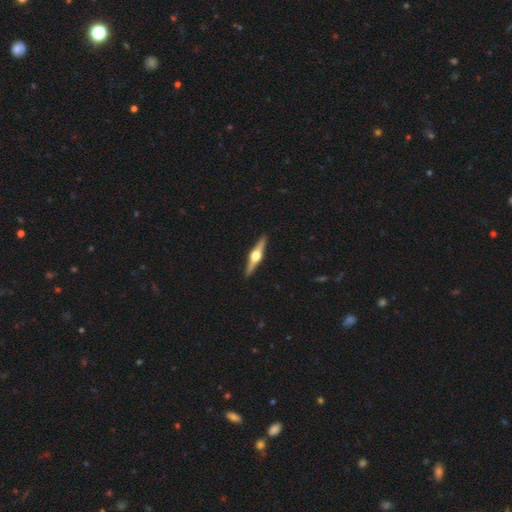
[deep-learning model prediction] Smooth or featured? Predicted: featured or disk (p=0.81). Edge-on disk? Predicted: yes (p=0.98). Edge-on bulge? Predicted: rounded (p=0.96). Merging? Predicted: none (p=0.92).